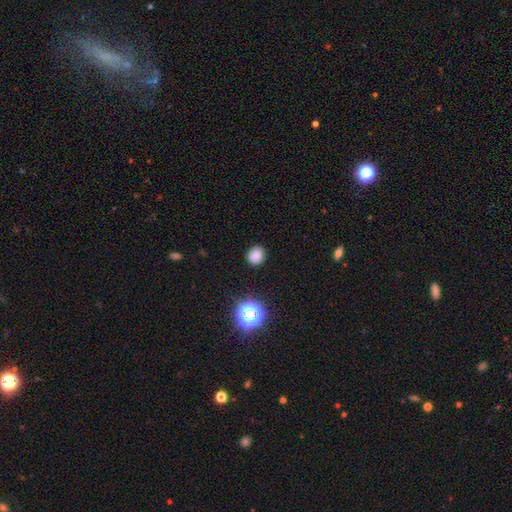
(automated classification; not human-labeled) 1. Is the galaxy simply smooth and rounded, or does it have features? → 80% smooth, 15% star or artifact, 5% featured or disk.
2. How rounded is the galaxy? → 75% round, 24% in between, 1% cigar-shaped.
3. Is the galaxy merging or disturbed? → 85% none, 10% minor disturbance, 3% major disturbance, 1% merger.